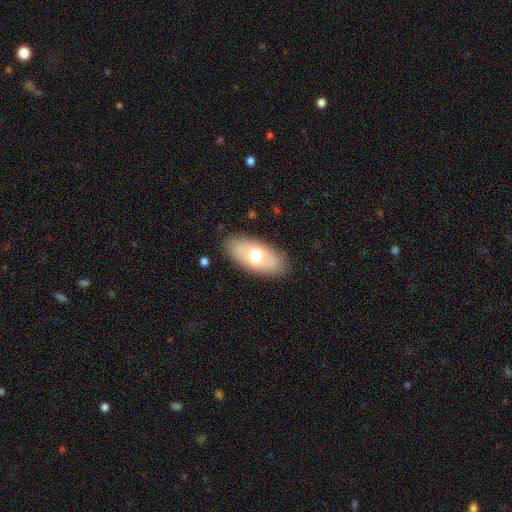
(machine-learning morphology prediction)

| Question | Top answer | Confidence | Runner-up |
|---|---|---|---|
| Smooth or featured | smooth | 62% | featured or disk (31%) |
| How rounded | in between | 91% | cigar-shaped (5%) |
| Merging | none | 84% | minor disturbance (11%) |